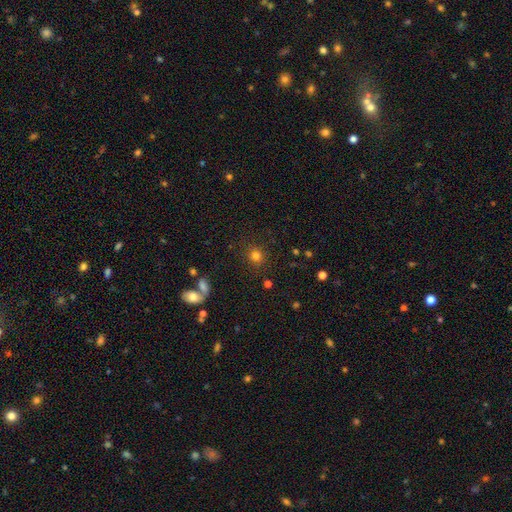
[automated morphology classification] Smooth or featured?
  - smooth: 80% *
  - star or artifact: 14%
  - featured or disk: 6%
How rounded?
  - round: 86% *
  - in between: 13%
  - cigar-shaped: 1%
Merging?
  - none: 86% *
  - minor disturbance: 8%
  - major disturbance: 3%
  - merger: 3%